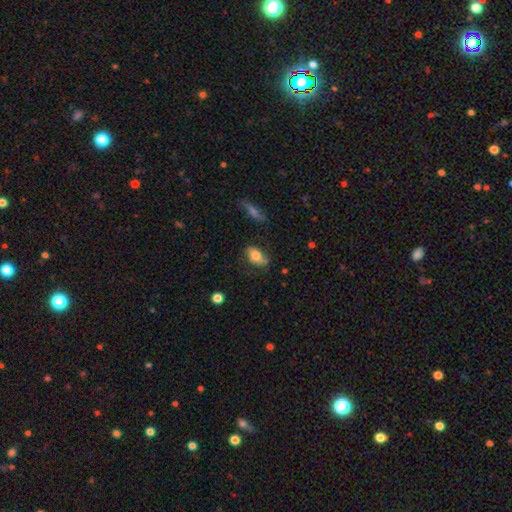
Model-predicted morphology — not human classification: Smooth or featured?
  - smooth: 60% *
  - featured or disk: 31%
  - star or artifact: 8%
How rounded?
  - in between: 85% *
  - round: 10%
  - cigar-shaped: 6%
Merging?
  - none: 63% *
  - minor disturbance: 25%
  - major disturbance: 9%
  - merger: 3%